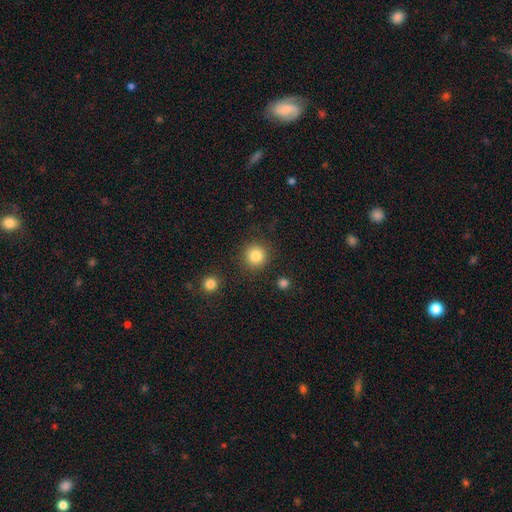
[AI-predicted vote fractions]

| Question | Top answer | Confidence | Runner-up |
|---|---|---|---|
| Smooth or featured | smooth | 85% | star or artifact (10%) |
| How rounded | round | 94% | in between (5%) |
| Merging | none | 88% | minor disturbance (6%) |